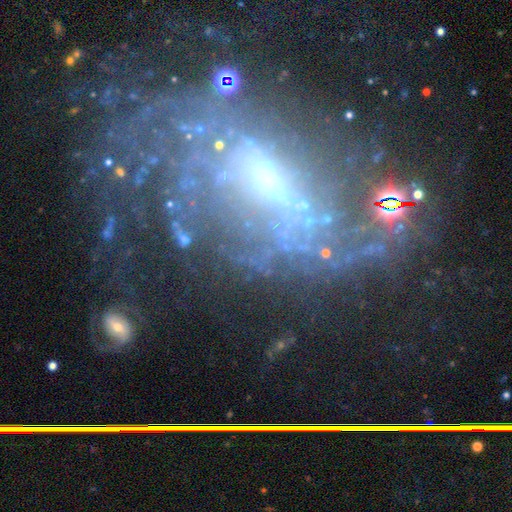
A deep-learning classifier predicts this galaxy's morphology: smooth_or_featured: featured or disk (p=0.72) [alt: star or artifact p=0.19]
disk_edge_on: no (p=0.93) [alt: yes p=0.07]
bar: weak (p=0.35) [alt: strong p=0.34]
has_spiral_arms: yes (p=0.70) [alt: no p=0.30]
bulge_size: small (p=0.33) [alt: moderate p=0.32]
merging: none (p=0.44) [alt: major disturbance p=0.32]